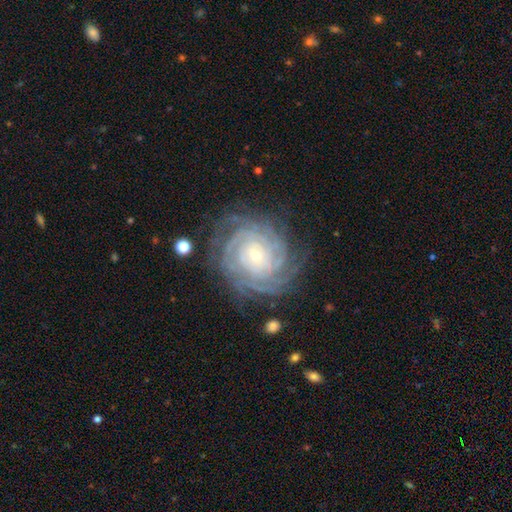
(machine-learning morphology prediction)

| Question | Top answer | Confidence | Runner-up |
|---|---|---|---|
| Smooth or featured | featured or disk | 89% | star or artifact (6%) |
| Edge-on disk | no | 97% | yes (3%) |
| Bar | no | 71% | weak (21%) |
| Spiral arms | yes | 98% | no (2%) |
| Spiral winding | tight | 85% | medium (13%) |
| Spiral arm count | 4 | 26% | tied: can't tell (26%) |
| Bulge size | small | 73% | moderate (24%) |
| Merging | none | 78% | minor disturbance (15%) |